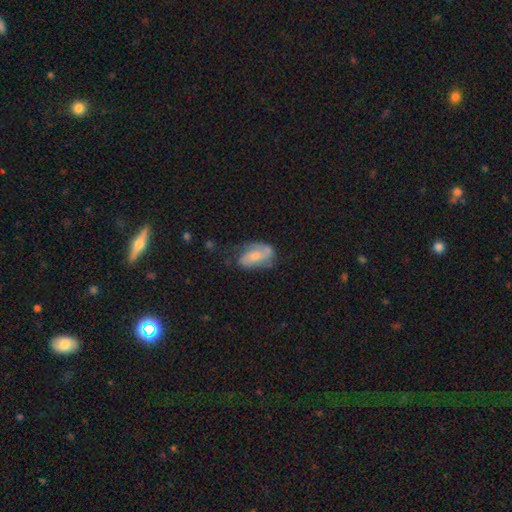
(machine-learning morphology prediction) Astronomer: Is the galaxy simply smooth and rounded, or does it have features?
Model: featured or disk — 55% (runner-up: smooth, 38%).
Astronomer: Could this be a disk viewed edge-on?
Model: no — 95%.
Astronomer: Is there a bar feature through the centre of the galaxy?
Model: no — 55% (runner-up: weak, 35%).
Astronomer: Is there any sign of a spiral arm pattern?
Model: yes — 82%.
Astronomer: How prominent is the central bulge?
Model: moderate — 37% (runner-up: small, 34%).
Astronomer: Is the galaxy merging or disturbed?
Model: none — 52% (runner-up: minor disturbance, 29%).